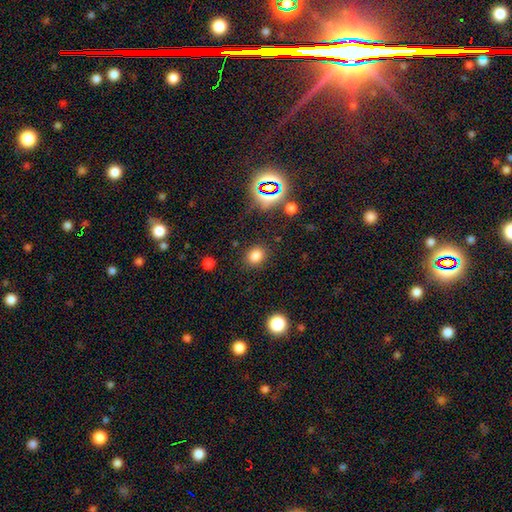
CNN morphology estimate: This is likely a smooth galaxy (78%). How rounded: likely round (62%). Merging: clearly none (86%).